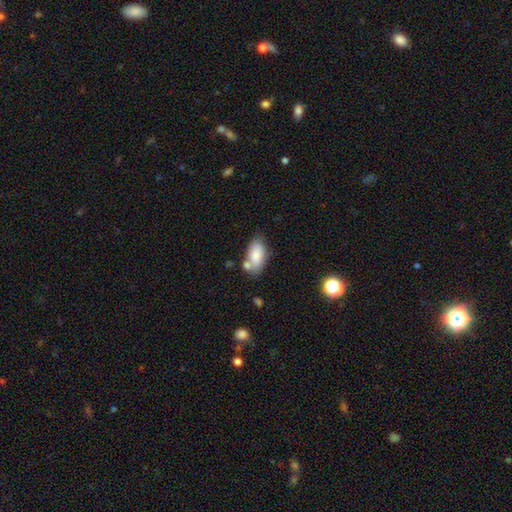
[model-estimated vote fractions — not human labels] Smooth or featured: smooth — 82% (featured or disk — 11%)
How rounded: in between — 92% (cigar-shaped — 4%)
Merging: none — 57% (minor disturbance — 19%)